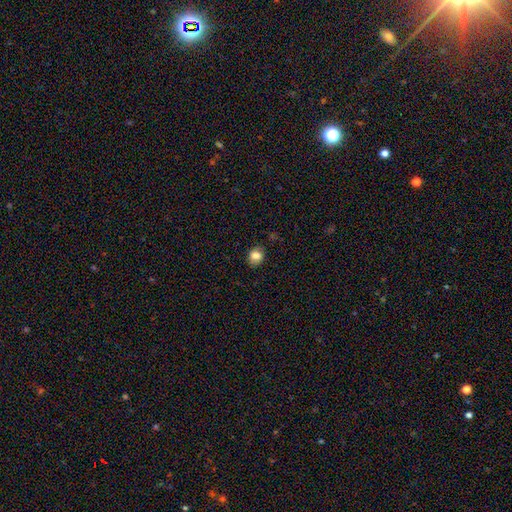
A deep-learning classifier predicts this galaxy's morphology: smooth_or_featured: smooth (p=0.82) [alt: star or artifact p=0.10]
how_rounded: round (p=0.57) [alt: in between p=0.42]
merging: none (p=0.83) [alt: minor disturbance p=0.13]